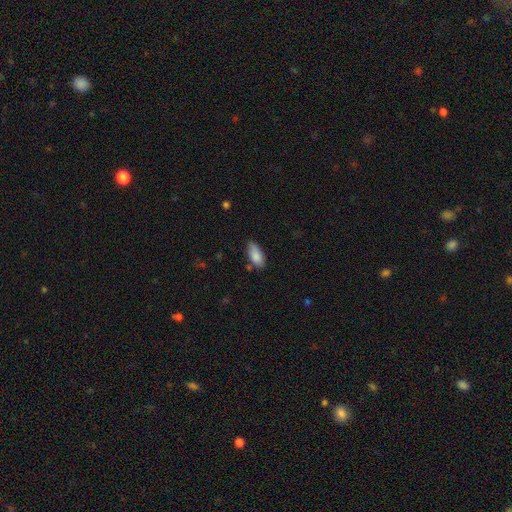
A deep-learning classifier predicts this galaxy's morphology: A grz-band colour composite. It shows a smooth galaxy with no disk features (86%) that is in between round and cigar-shaped (88%). Merging: none (73%).